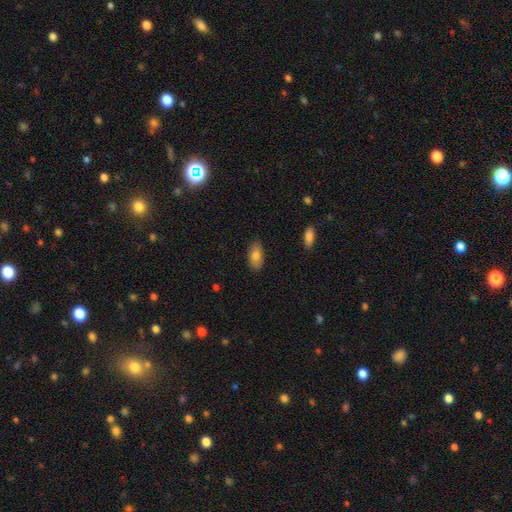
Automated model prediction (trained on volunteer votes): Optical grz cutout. It shows a smooth galaxy with no disk features (78%) that is in between round and cigar-shaped (93%). Merging: none (86%).